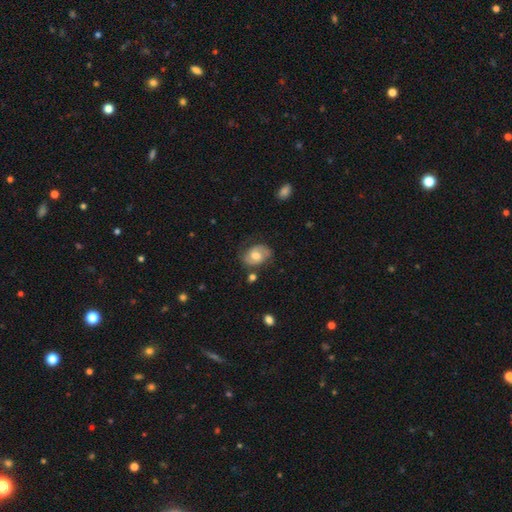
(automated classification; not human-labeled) Q: Smooth or featured?
A: featured or disk (61%); runner-up: smooth (31%)
Q: Edge-on disk?
A: no (97%); runner-up: yes (3%)
Q: Bar?
A: no (53%); runner-up: weak (39%)
Q: Spiral arms?
A: yes (87%); runner-up: no (13%)
Q: Spiral winding?
A: medium (47%); runner-up: tight (33%)
Q: Spiral arm count?
A: 2 (84%); runner-up: can't tell (9%)
Q: Bulge size?
A: moderate (65%); runner-up: small (18%)
Q: Merging?
A: none (71%); runner-up: minor disturbance (19%)